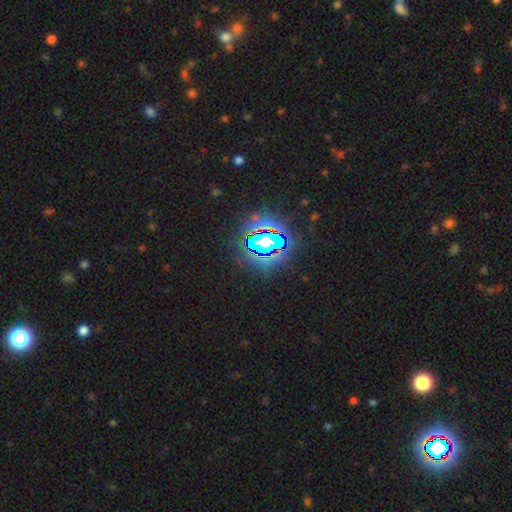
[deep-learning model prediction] Morphology: type=star or artifact (83%).